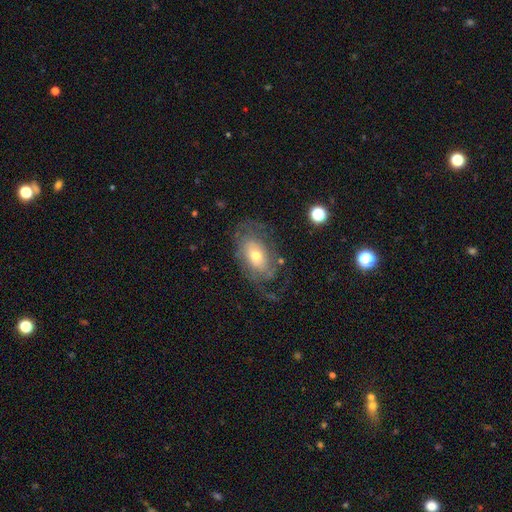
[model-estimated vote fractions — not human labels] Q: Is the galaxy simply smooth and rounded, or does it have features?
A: featured or disk — 67%.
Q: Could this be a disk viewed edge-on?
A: no — 93%.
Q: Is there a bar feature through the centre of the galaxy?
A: no — 74%.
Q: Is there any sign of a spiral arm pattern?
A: yes — 75%.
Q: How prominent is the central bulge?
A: moderate — 56%.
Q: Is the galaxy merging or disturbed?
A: none — 58%.